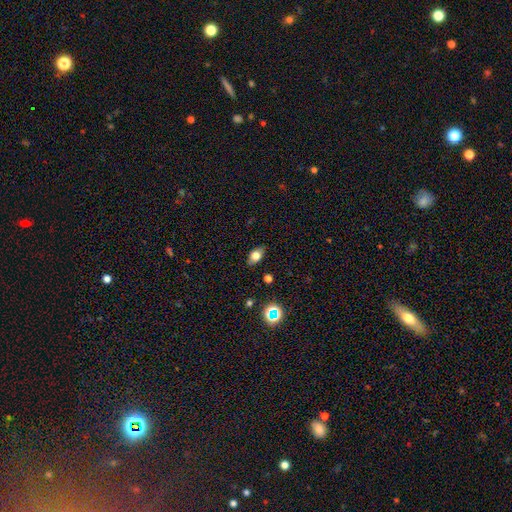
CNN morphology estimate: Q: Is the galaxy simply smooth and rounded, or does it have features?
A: smooth — 73%.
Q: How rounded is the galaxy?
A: in between — 82%.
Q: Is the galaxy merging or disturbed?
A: none — 85%.